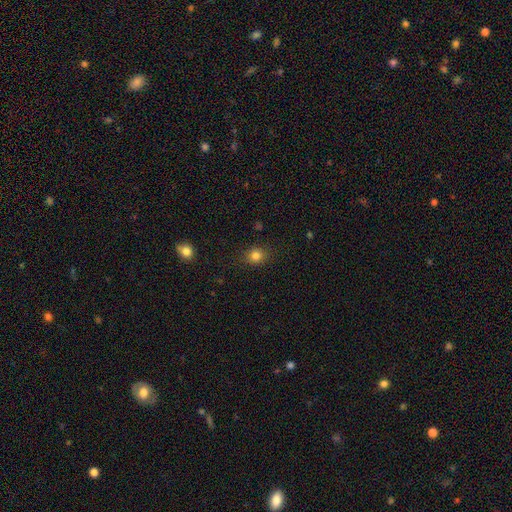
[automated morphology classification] This appears to be a smooth galaxy with no disk features (82%) that is round (71%). Merging: none (86%).